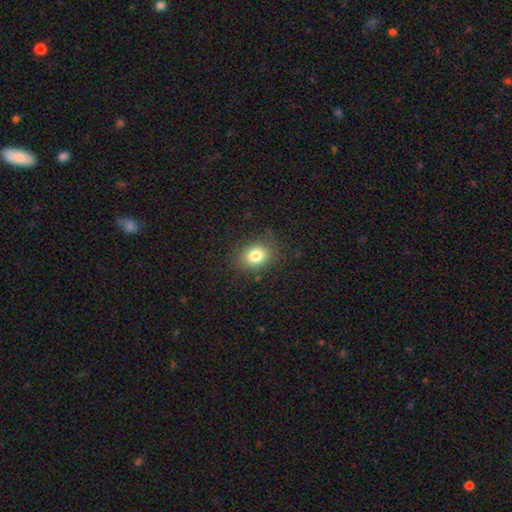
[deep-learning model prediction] Overall: smooth (81%). How rounded: round (54%; in between 45%). Merging: none (84%).